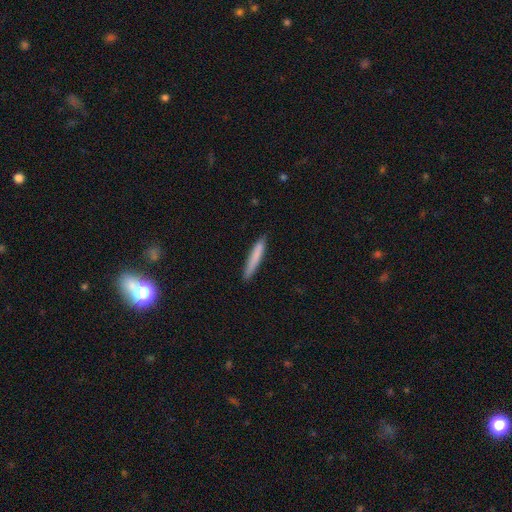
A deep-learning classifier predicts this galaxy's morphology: smooth_or_featured: smooth (p=0.79) [alt: featured or disk p=0.15]
how_rounded: cigar-shaped (p=0.95) [alt: in between p=0.04]
merging: none (p=0.87) [alt: minor disturbance p=0.10]